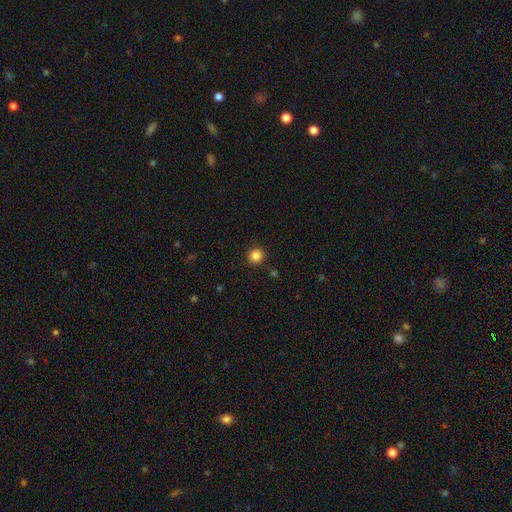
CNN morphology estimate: Smooth or featured: smooth — 84% (star or artifact — 12%)
How rounded: round — 94% (in between — 5%)
Merging: none — 90% (minor disturbance — 6%)